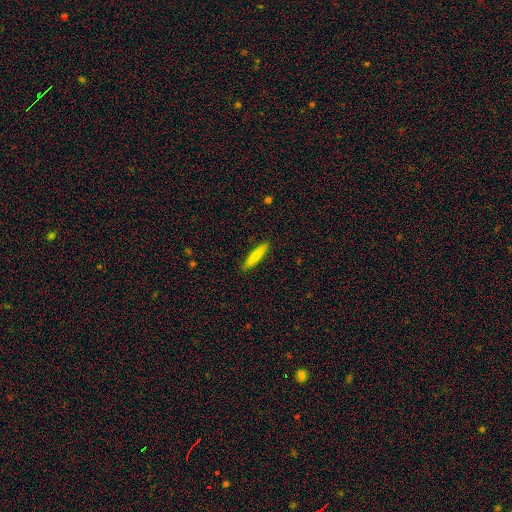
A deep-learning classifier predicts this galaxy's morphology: smooth-or-featured: smooth: 73% | featured or disk: 21% | star or artifact: 6%
  how-rounded: cigar-shaped: 86% | in between: 12% | round: 1%
  merging: none: 90% | minor disturbance: 7% | major disturbance: 2% | merger: 1%